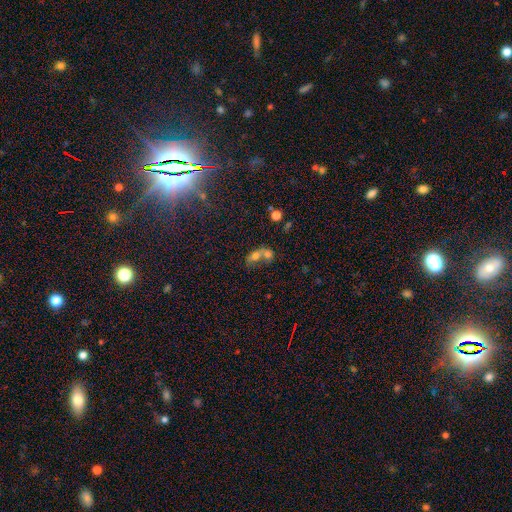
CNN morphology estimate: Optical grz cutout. It shows a smooth galaxy with no disk features (66%) that is in between round and cigar-shaped (59%). Merging: merger (72%).